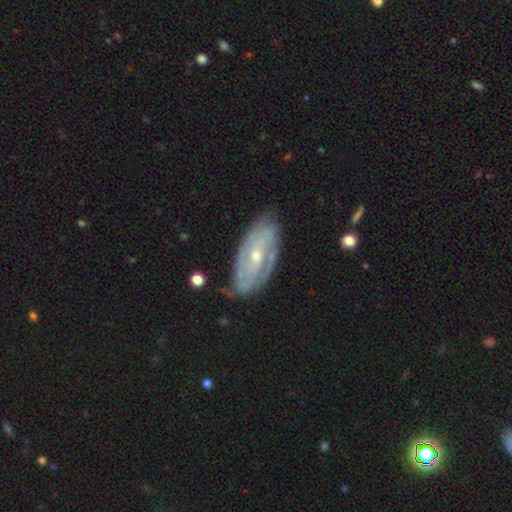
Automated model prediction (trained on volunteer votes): Smooth or featured: featured or disk — 76% (smooth — 18%)
Edge-on disk: no — 90% (yes — 10%)
Bar: no — 54% (weak — 34%)
Spiral arms: yes — 81% (no — 19%)
Spiral winding: tight — 61% (medium — 29%)
Spiral arm count: can't tell — 44% (2 — 35%)
Bulge size: small — 56% (moderate — 40%)
Merging: none — 72% (minor disturbance — 21%)